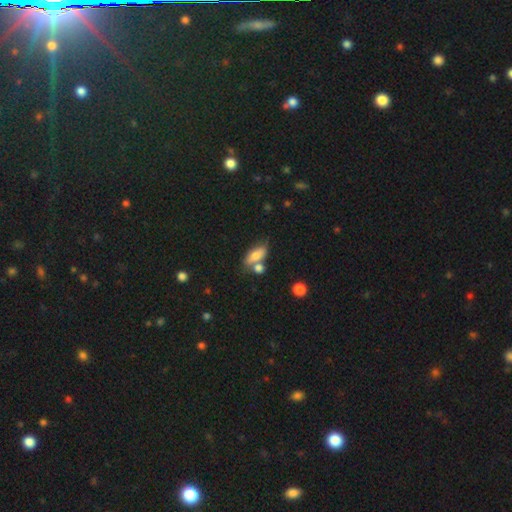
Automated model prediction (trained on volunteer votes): smooth 73%, featured or disk 19%, star or artifact 8%. Down the decision tree: how rounded — in between (78%); merging — none (53%).